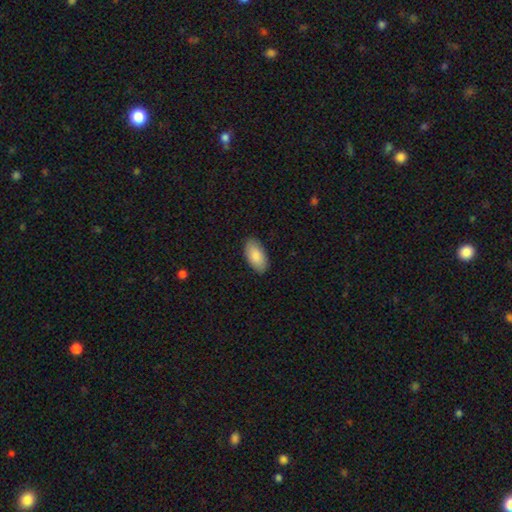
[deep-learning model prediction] Smooth or featured? Predicted: smooth (p=0.88). How rounded? Predicted: in between (p=0.95). Merging? Predicted: none (p=0.88).